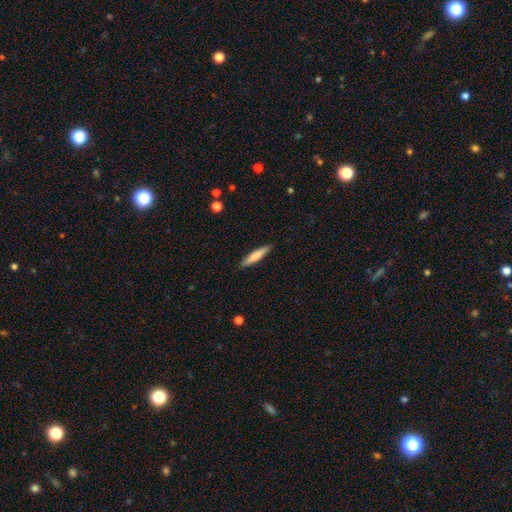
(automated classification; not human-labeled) Q: Smooth or featured?
A: smooth (73%); runner-up: featured or disk (21%)
Q: How rounded?
A: cigar-shaped (88%); runner-up: in between (11%)
Q: Merging?
A: none (90%); runner-up: minor disturbance (8%)